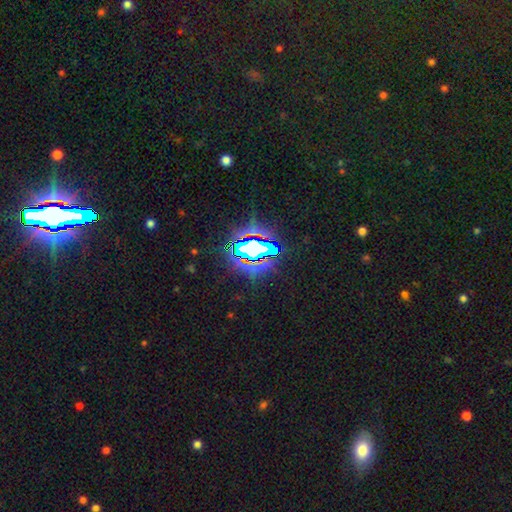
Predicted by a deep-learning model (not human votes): Smooth or featured?
  - star or artifact: 80% *
  - smooth: 12%
  - featured or disk: 9%